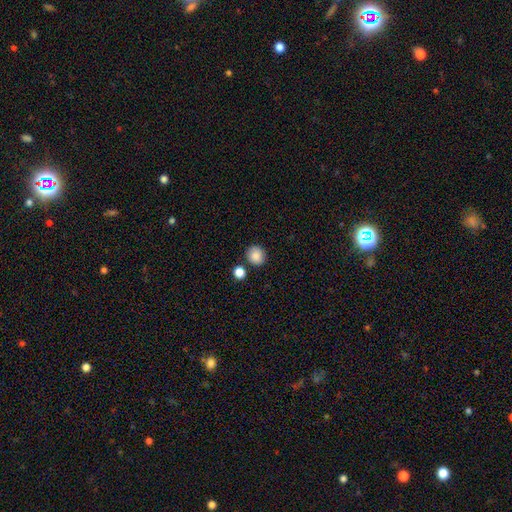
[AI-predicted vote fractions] Smooth or featured? Predicted: smooth (p=0.86). How rounded? Predicted: round (p=0.86). Merging? Predicted: none (p=0.83).